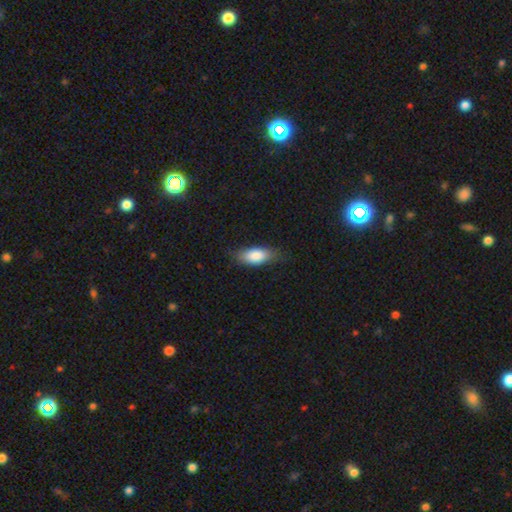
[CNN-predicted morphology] smooth_or_featured: smooth (p=0.84) [alt: featured or disk p=0.10]
how_rounded: in between (p=0.85) [alt: cigar-shaped p=0.12]
merging: none (p=0.73) [alt: minor disturbance p=0.21]